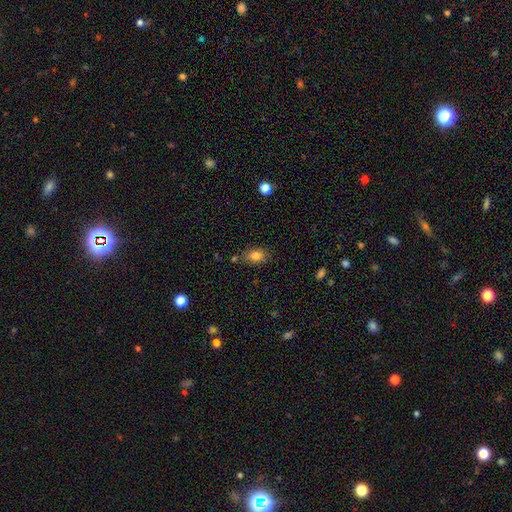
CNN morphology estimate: Overall: smooth (82%). How rounded: in between (80%). Merging: none (78%).